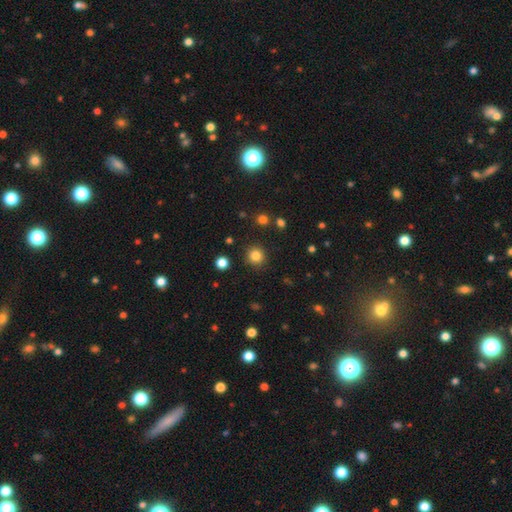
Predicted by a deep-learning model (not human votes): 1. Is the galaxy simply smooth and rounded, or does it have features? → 84% smooth, 12% star or artifact, 4% featured or disk.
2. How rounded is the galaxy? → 93% round, 6% in between, 1% cigar-shaped.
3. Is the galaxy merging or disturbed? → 89% none, 6% minor disturbance, 2% major disturbance, 2% merger.